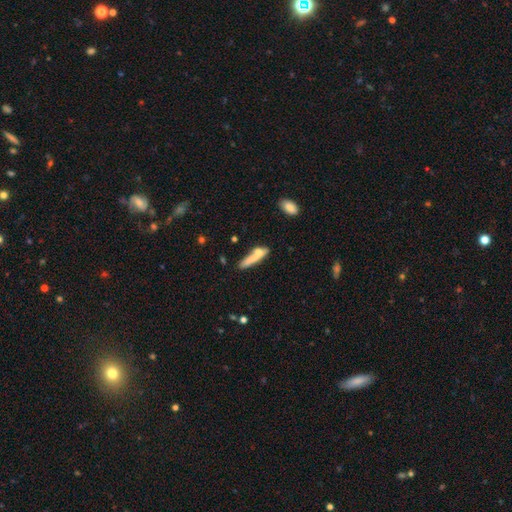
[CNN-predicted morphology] This is likely a smooth galaxy (66%). How rounded: clearly cigar-shaped (83%). Merging: possibly none (49%).